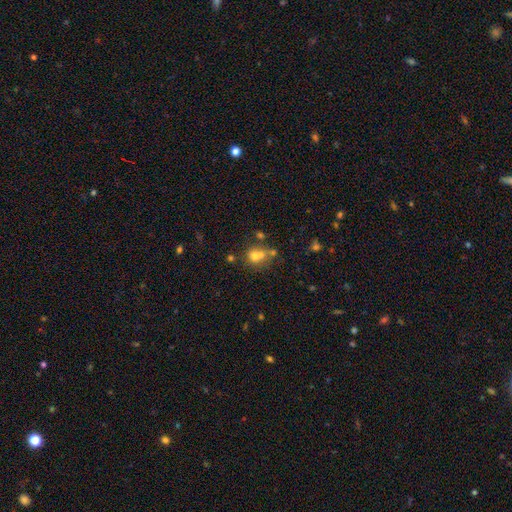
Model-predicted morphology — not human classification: A smooth galaxy with no disk features (66%) that is round (71%). Merging: merger (48%).